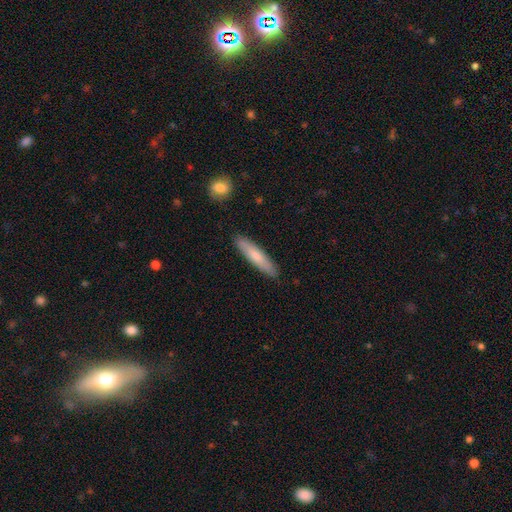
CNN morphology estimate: A smooth galaxy with no disk features (72%) that is cigar-shaped (85%).

Vote fractions:
- Smooth or featured? smooth: 72% / featured or disk: 23% / star or artifact: 5%
- How rounded? cigar-shaped: 85% / in between: 14% / round: 1%
- Merging? none: 89% / minor disturbance: 8% / major disturbance: 2% / merger: 1%